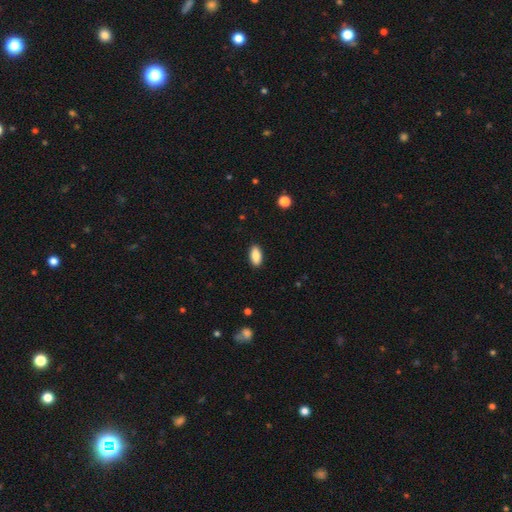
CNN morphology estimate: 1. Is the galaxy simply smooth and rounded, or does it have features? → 86% smooth, 7% featured or disk, 7% star or artifact.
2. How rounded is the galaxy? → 90% in between, 7% cigar-shaped, 3% round.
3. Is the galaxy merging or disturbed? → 90% none, 8% minor disturbance, 2% major disturbance, 1% merger.